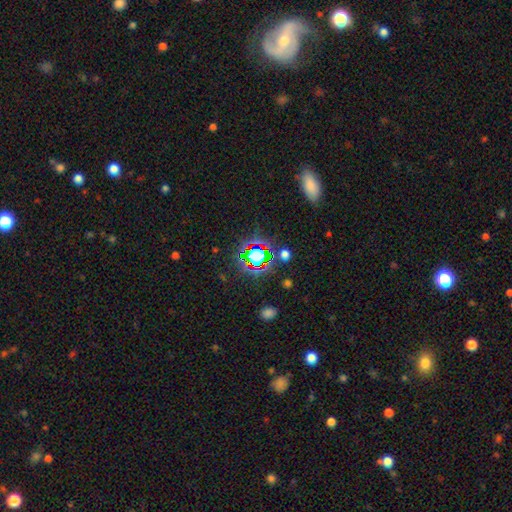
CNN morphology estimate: A star or artifact, not a galaxy (65%).

Vote fractions:
- Smooth or featured? star or artifact: 65% / smooth: 22% / featured or disk: 12%